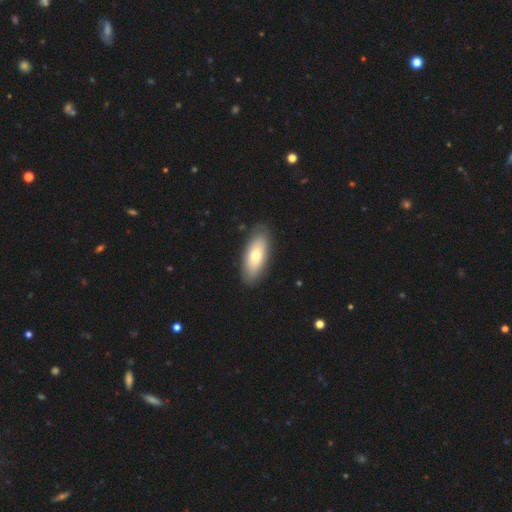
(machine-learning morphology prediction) Smooth or featured? Predicted: smooth (p=0.69). How rounded? Predicted: in between (p=0.83). Merging? Predicted: none (p=0.85).